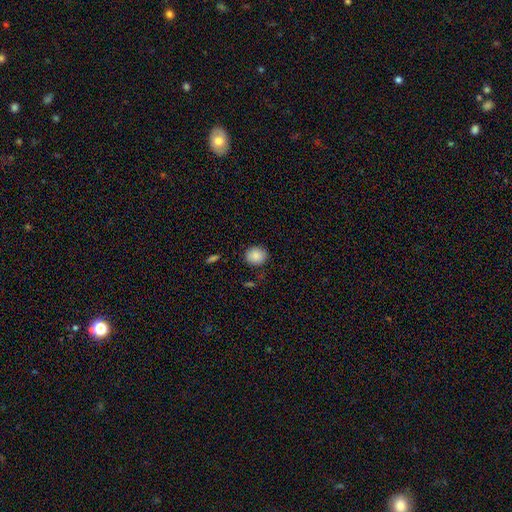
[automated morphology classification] Smooth or featured: smooth — 87% (star or artifact — 8%)
How rounded: round — 73% (in between — 26%)
Merging: none — 84% (minor disturbance — 11%)